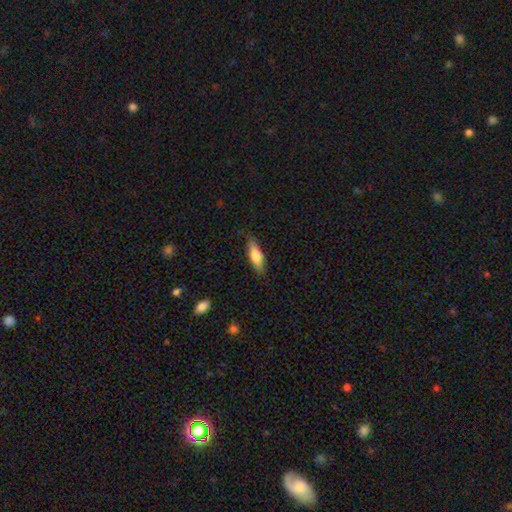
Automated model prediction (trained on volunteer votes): Smooth or featured? smooth (75%)
How rounded? in between (55%)
Merging? none (78%)